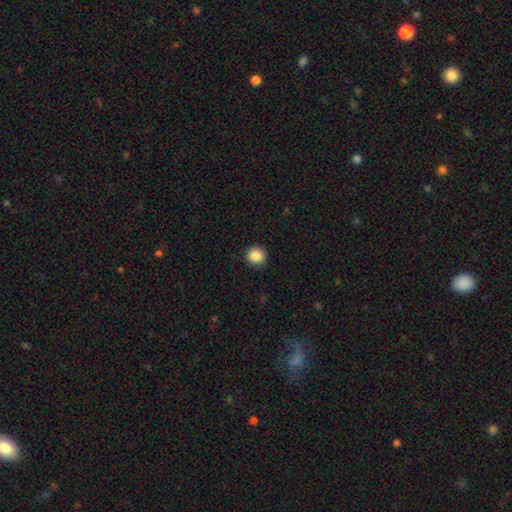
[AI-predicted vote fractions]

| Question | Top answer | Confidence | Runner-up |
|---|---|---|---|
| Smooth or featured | smooth | 88% | star or artifact (9%) |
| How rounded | round | 92% | in between (7%) |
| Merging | none | 91% | minor disturbance (6%) |